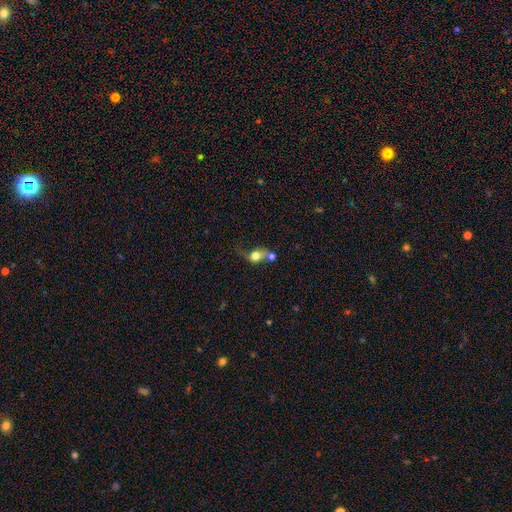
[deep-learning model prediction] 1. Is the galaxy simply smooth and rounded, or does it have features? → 70% smooth, 19% featured or disk, 11% star or artifact.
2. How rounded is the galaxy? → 56% round, 41% in between, 2% cigar-shaped.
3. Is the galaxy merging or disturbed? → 39% merger, 29% none, 16% minor disturbance, 15% major disturbance.